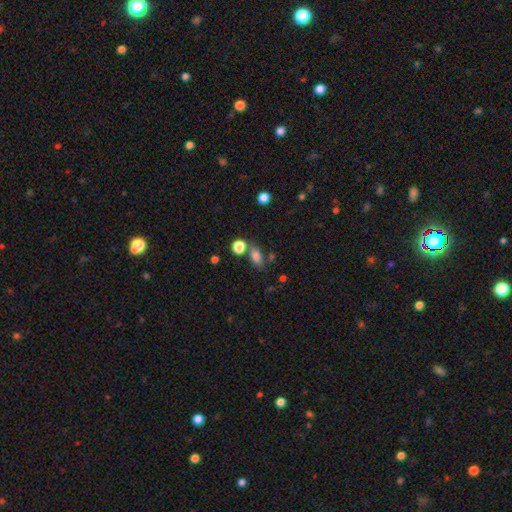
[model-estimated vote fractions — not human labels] Smooth or featured? Predicted: smooth (p=0.79). How rounded? Predicted: in between (p=0.80). Merging? Predicted: none (p=0.59).